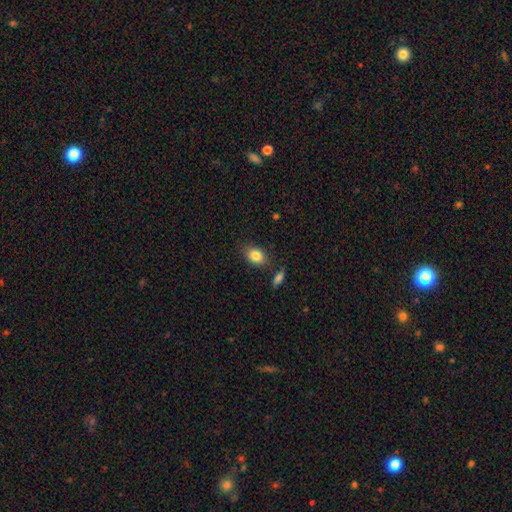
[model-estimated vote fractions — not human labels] smooth 84%, star or artifact 8%, featured or disk 7%. Down the decision tree: how rounded — in between (72%); merging — none (78%).